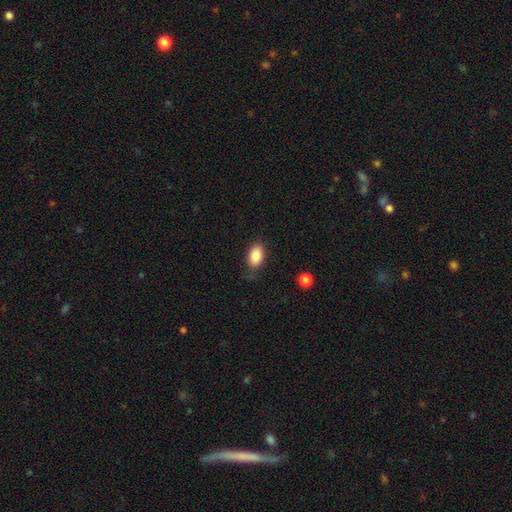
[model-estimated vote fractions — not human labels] Smooth or featured?
  - smooth: 86% *
  - star or artifact: 8%
  - featured or disk: 7%
How rounded?
  - in between: 90% *
  - round: 8%
  - cigar-shaped: 2%
Merging?
  - none: 79% *
  - minor disturbance: 15%
  - major disturbance: 4%
  - merger: 1%